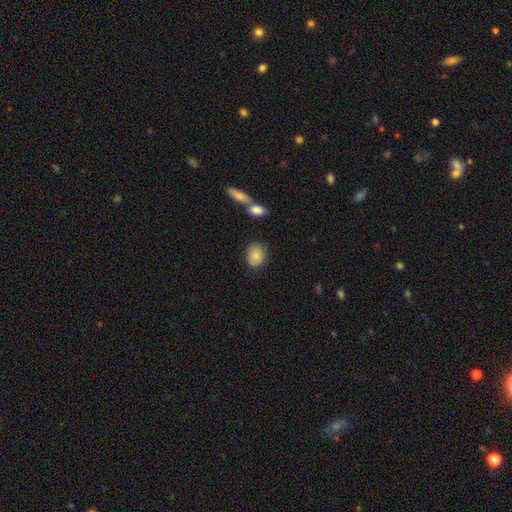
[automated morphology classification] The model was most divided on "how rounded": in between: 64%, round: 35%, cigar-shaped: 2%. More confident: smooth or featured — smooth (82%); merging — none (76%).